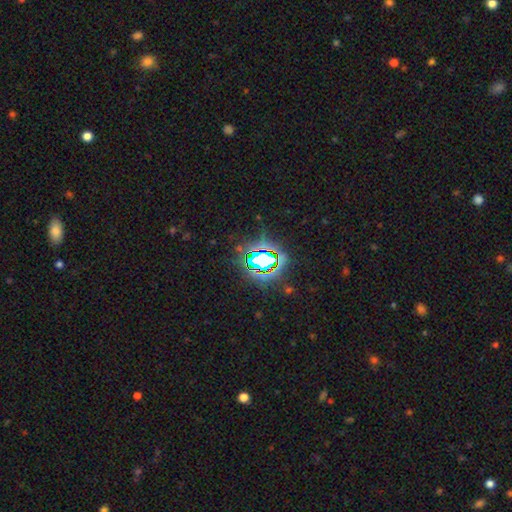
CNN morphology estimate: Smooth or featured?
  - star or artifact: 75% *
  - smooth: 15%
  - featured or disk: 10%